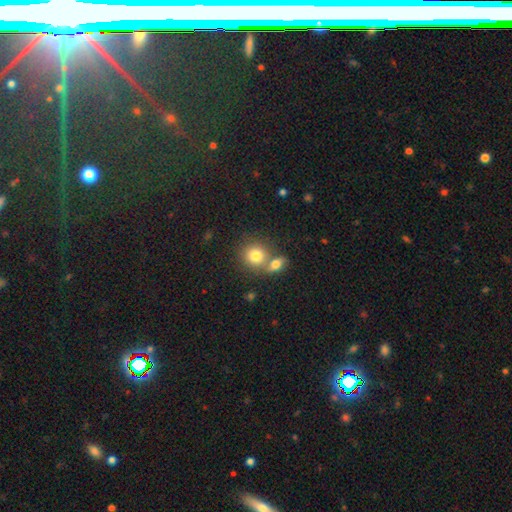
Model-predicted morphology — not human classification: Q: Smooth or featured?
A: smooth (80%); runner-up: featured or disk (11%)
Q: How rounded?
A: round (83%); runner-up: in between (16%)
Q: Merging?
A: none (47%); runner-up: merger (42%)